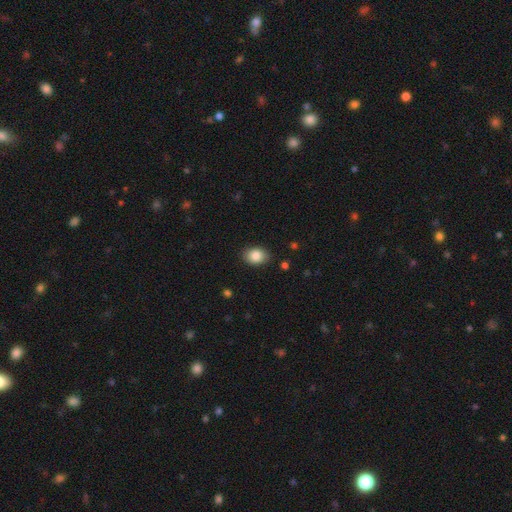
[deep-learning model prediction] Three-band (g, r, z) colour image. It shows a smooth galaxy with no disk features (86%) that is in between round and cigar-shaped (73%). Merging: none (86%).